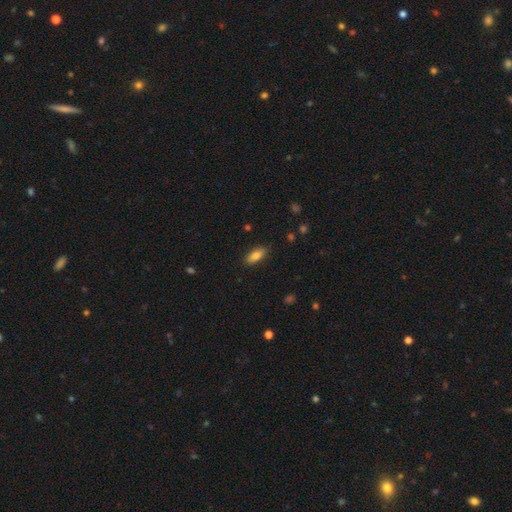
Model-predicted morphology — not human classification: The model was most divided on "how rounded": in between: 82%, cigar-shaped: 16%, round: 2%. More confident: merging — none (87%); smooth or featured — smooth (84%).